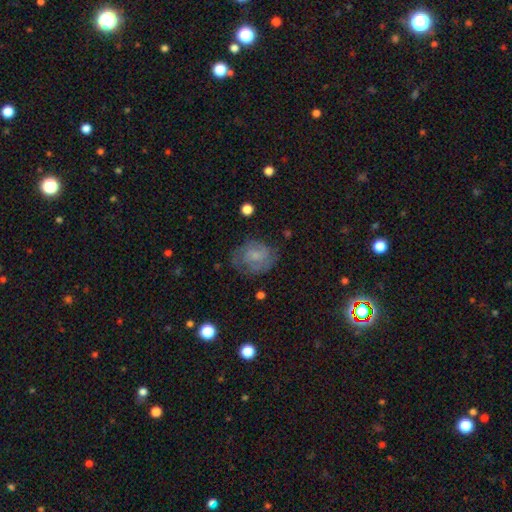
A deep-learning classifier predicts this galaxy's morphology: smooth 46%, featured or disk 45%, star or artifact 10%. Down the decision tree: merging — none (63%).